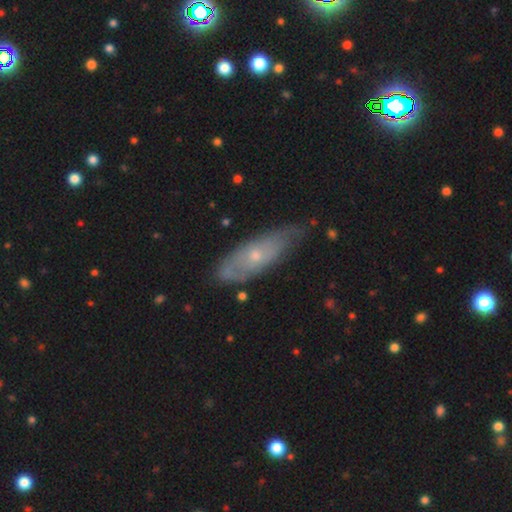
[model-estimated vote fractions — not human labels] smooth_or_featured: featured or disk (p=0.56) [alt: smooth p=0.38]
disk_edge_on: no (p=0.73) [alt: yes p=0.27]
merging: none (p=0.64) [alt: minor disturbance p=0.28]